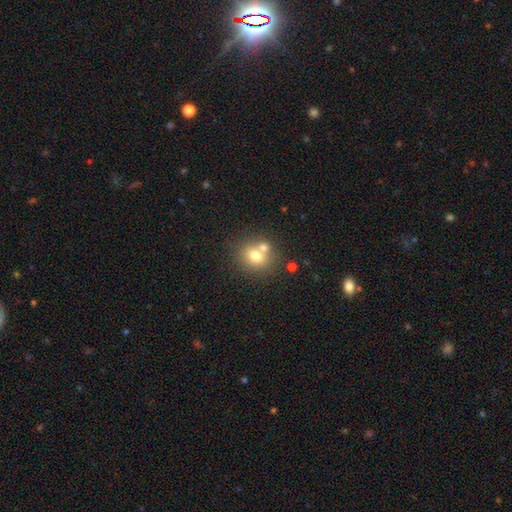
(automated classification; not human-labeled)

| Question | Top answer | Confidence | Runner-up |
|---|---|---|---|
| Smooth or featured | smooth | 71% | featured or disk (16%) |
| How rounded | round | 70% | in between (29%) |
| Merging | none | 53% | merger (34%) |